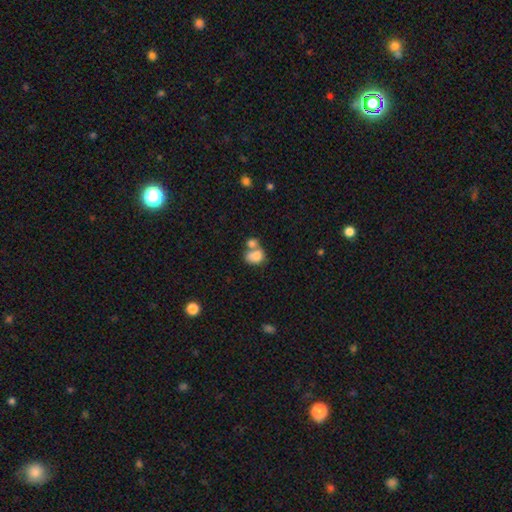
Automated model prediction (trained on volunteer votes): This appears to be a smooth galaxy with no disk features (78%) that is in between round and cigar-shaped (63%). Merging: merger (59%).